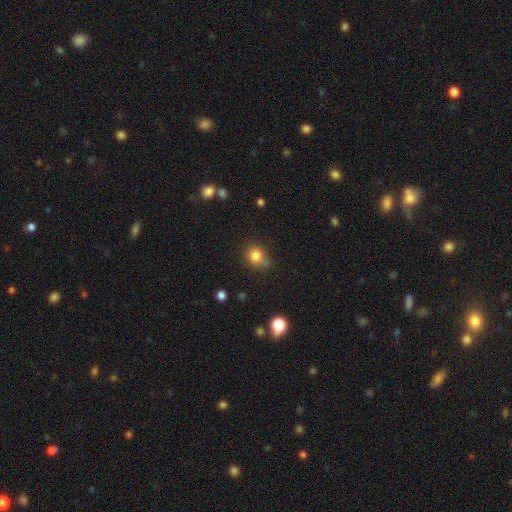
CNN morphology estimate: This appears to be a smooth galaxy with no disk features (81%) that is round (69%). Merging: none (59%).